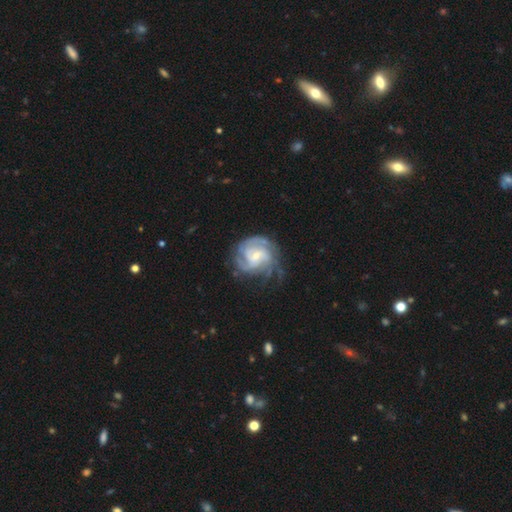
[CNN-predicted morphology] Smooth or featured?
  - featured or disk: 87% *
  - smooth: 8%
  - star or artifact: 5%
Edge-on disk?
  - no: 98% *
  - yes: 2%
Bar?
  - weak: 45% * (tied)
  - no: 45% * (tied)
  - strong: 10%
Spiral arms?
  - yes: 96% *
  - no: 4%
Spiral winding?
  - tight: 58% *
  - medium: 34%
  - loose: 8%
Spiral arm count?
  - can't tell: 26% * (tied)
  - 3: 26% * (tied)
  - 2: 19%
  - 4: 17%
  - more than 4: 6%
  - 1: 6%
Bulge size?
  - small: 59% *
  - moderate: 35%
  - none: 3%
  - large: 3%
  - dominant: 1%
Merging?
  - none: 62% *
  - minor disturbance: 22%
  - major disturbance: 15%
  - merger: 2%